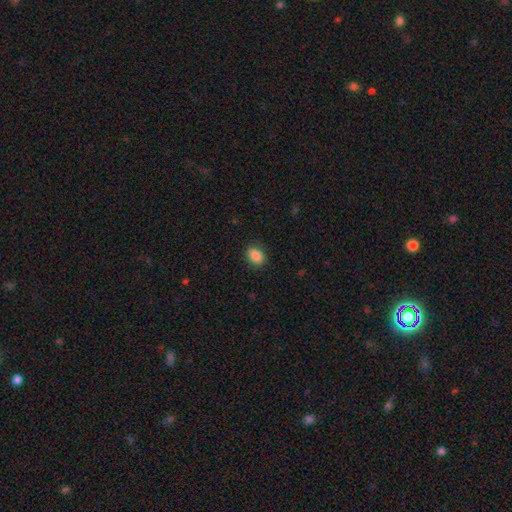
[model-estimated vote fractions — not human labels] A smooth galaxy with no disk features (87%) that is in between round and cigar-shaped (75%). Merging: none (88%).